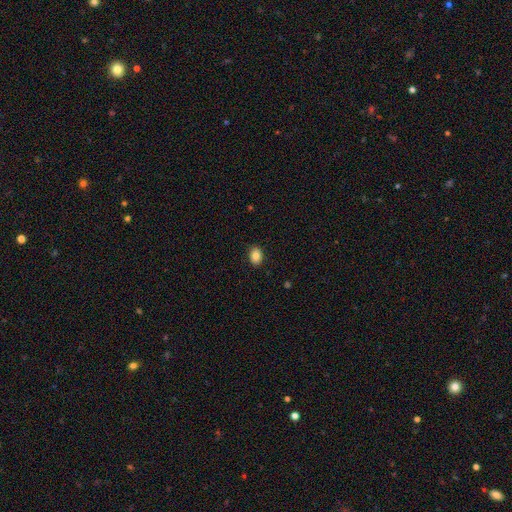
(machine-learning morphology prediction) Smooth or featured?
  - smooth: 86% *
  - star or artifact: 9%
  - featured or disk: 6%
How rounded?
  - in between: 74% *
  - round: 25%
  - cigar-shaped: 1%
Merging?
  - none: 88% *
  - minor disturbance: 9%
  - major disturbance: 2%
  - merger: 1%